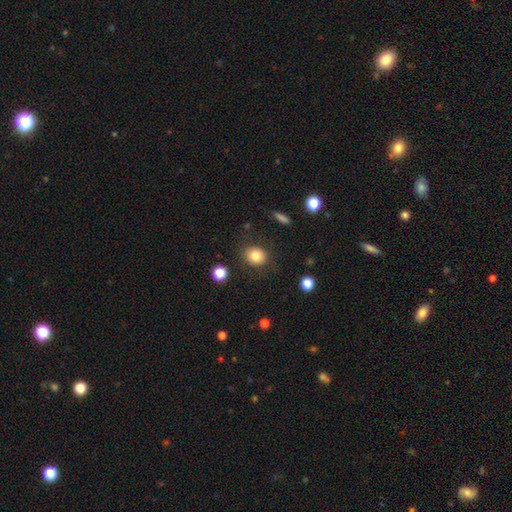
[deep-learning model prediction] Smooth or featured?
  - smooth: 81% *
  - star or artifact: 10%
  - featured or disk: 9%
How rounded?
  - round: 68% *
  - in between: 31%
  - cigar-shaped: 1%
Merging?
  - none: 83% *
  - minor disturbance: 11%
  - major disturbance: 4%
  - merger: 2%